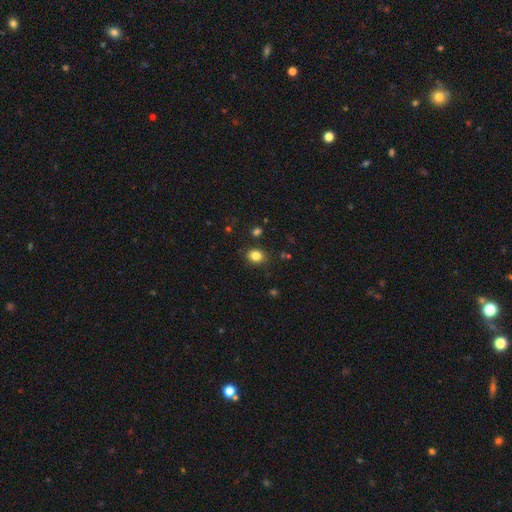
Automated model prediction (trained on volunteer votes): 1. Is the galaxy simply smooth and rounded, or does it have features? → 83% smooth, 12% star or artifact, 5% featured or disk.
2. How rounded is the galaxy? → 59% round, 40% in between, 1% cigar-shaped.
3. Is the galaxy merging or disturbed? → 86% none, 9% minor disturbance, 2% major disturbance, 2% merger.